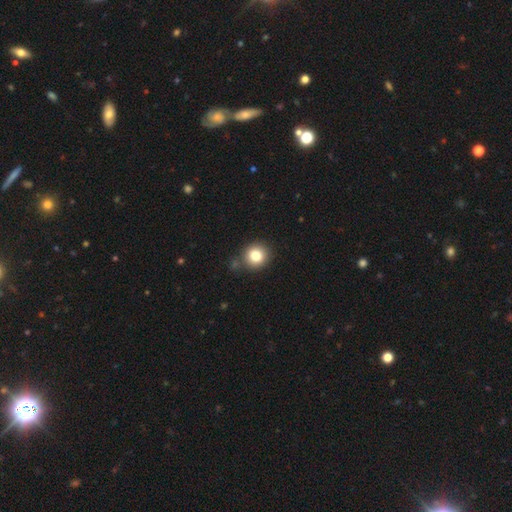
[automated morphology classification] Smooth or featured? Predicted: smooth (p=0.81). How rounded? Predicted: round (p=0.88). Merging? Predicted: none (p=0.79).